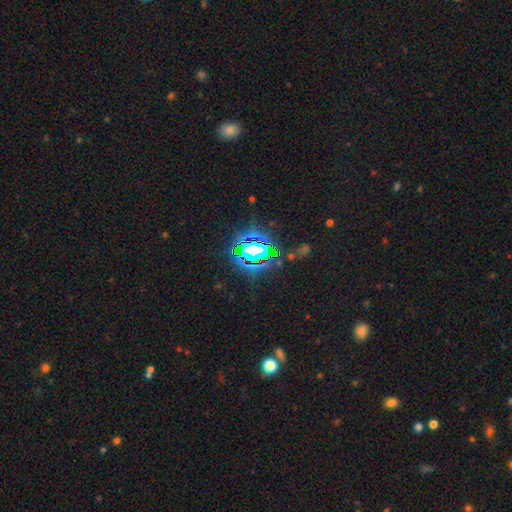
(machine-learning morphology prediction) Smooth or featured: star or artifact — 73% (smooth — 14%)